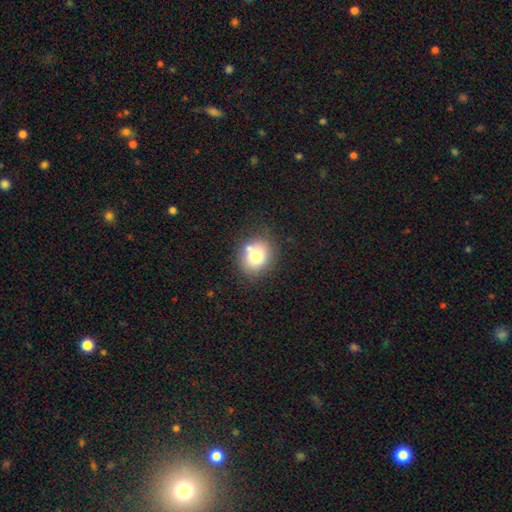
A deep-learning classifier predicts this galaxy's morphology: smooth_or_featured: smooth (p=0.76) [alt: featured or disk p=0.14]
how_rounded: round (p=0.62) [alt: in between p=0.37]
merging: none (p=0.71) [alt: minor disturbance p=0.16]